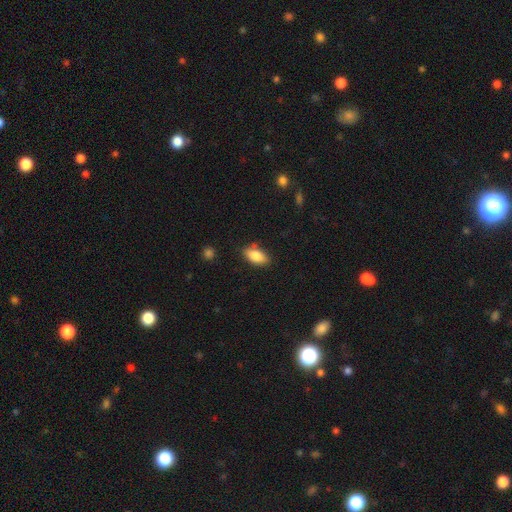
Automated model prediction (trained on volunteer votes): Smooth or featured? Predicted: smooth (p=0.85). How rounded? Predicted: in between (p=0.90). Merging? Predicted: none (p=0.81).